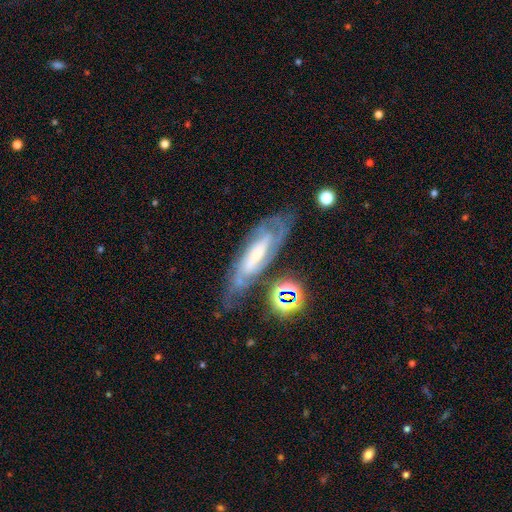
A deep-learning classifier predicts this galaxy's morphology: The model was most divided on "bar": no: 40%, weak: 36%, strong: 24%. Remaining: spiral arms — yes (93%); edge-on disk — no (83%); smooth or featured — featured or disk (77%); merging — none (64%); spiral winding — tight (55%); spiral arm count — 2 (38%); bulge size — small (38%).